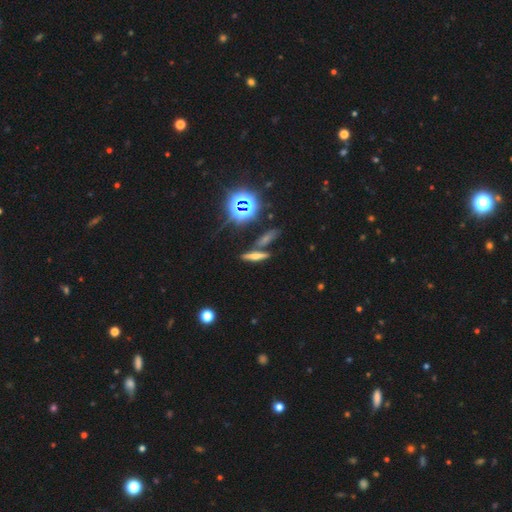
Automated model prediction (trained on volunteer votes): Overall: smooth (38%; featured or disk 35%). Merging: none (69%).